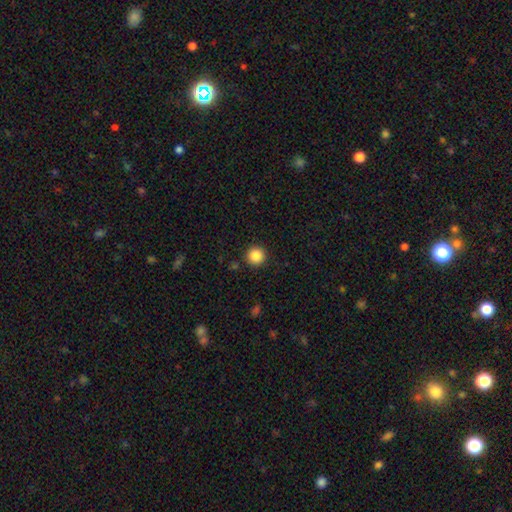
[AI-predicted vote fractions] This is clearly a smooth galaxy (87%). How rounded: clearly round (96%). Merging: clearly none (92%).